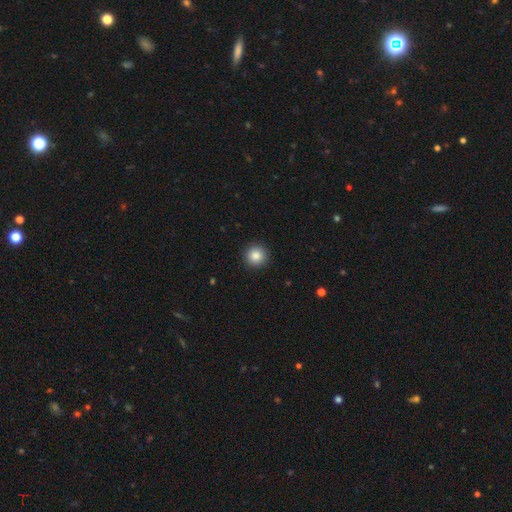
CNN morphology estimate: A smooth galaxy with no disk features (86%) that is round (95%).

Vote fractions:
- Smooth or featured? smooth: 86% / star or artifact: 9% / featured or disk: 4%
- How rounded? round: 95% / in between: 4% / cigar-shaped: 1%
- Merging? none: 93% / minor disturbance: 5% / major disturbance: 2% / merger: 1%